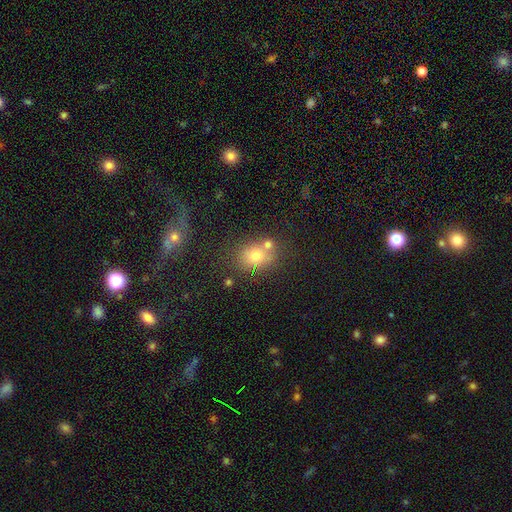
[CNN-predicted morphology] type=smooth (68%); roundness=in between (51%); merging=none (59%).